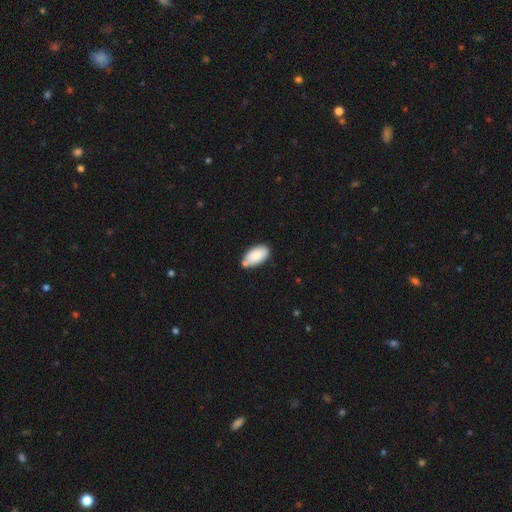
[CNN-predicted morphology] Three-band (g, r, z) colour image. It shows a smooth galaxy with no disk features (87%) that is in between round and cigar-shaped (95%). Merging: none (68%).